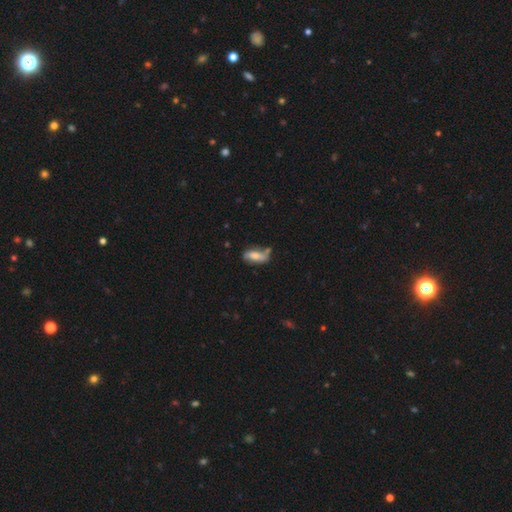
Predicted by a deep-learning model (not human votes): smooth 56%, featured or disk 36%, star or artifact 8%. Down the decision tree: how rounded — in between (75%); merging — none (47%).